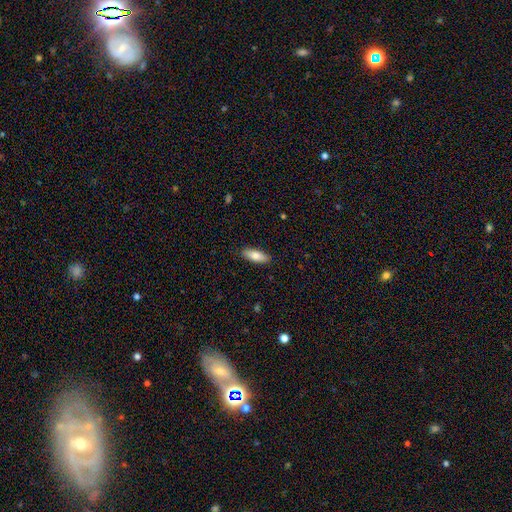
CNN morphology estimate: This is likely a smooth galaxy (79%). How rounded: likely in between (68%). Merging: clearly none (89%).